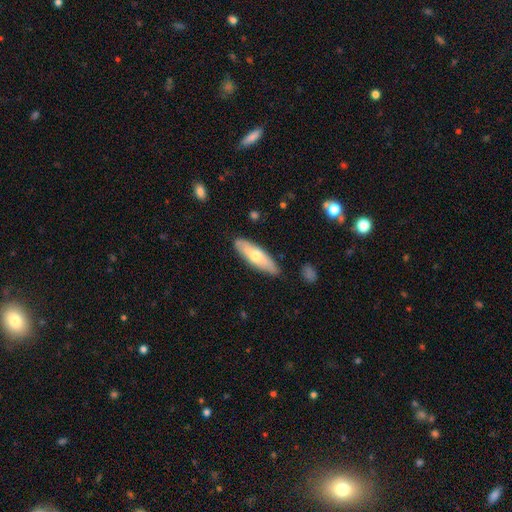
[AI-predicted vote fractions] The model was most divided on "how rounded": in between: 50%, cigar-shaped: 48%, round: 2%. More confident: merging — none (84%); smooth or featured — smooth (57%).